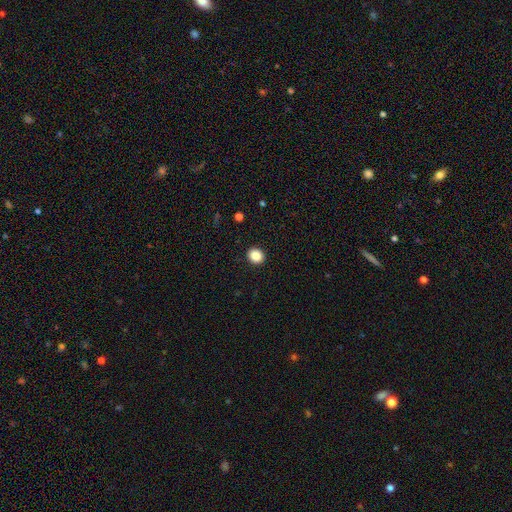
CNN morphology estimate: Smooth or featured?
  - smooth: 86% *
  - star or artifact: 10%
  - featured or disk: 4%
How rounded?
  - round: 77% *
  - in between: 23%
  - cigar-shaped: 1%
Merging?
  - none: 93% *
  - minor disturbance: 5%
  - major disturbance: 2%
  - merger: 1%